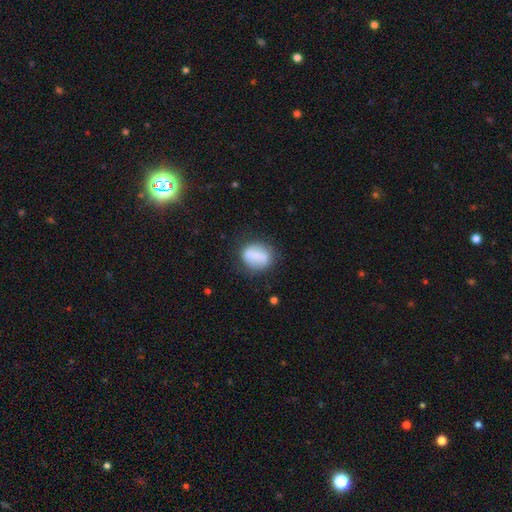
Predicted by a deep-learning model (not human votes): This appears to be a smooth galaxy with no disk features (73%) that is in between round and cigar-shaped (51%). Merging: none (67%).